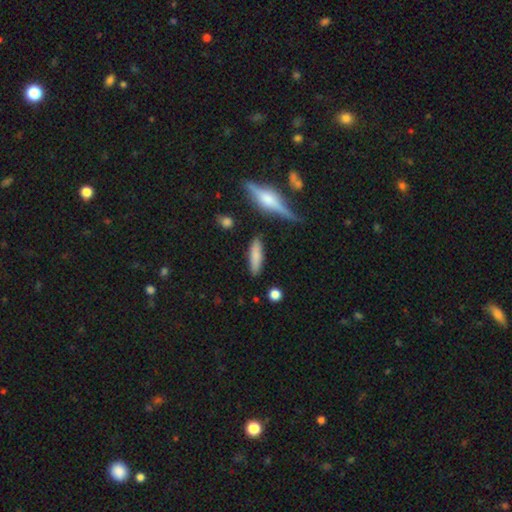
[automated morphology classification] Overall: smooth (76%). How rounded: cigar-shaped (63%; in between 35%). Merging: none (83%).